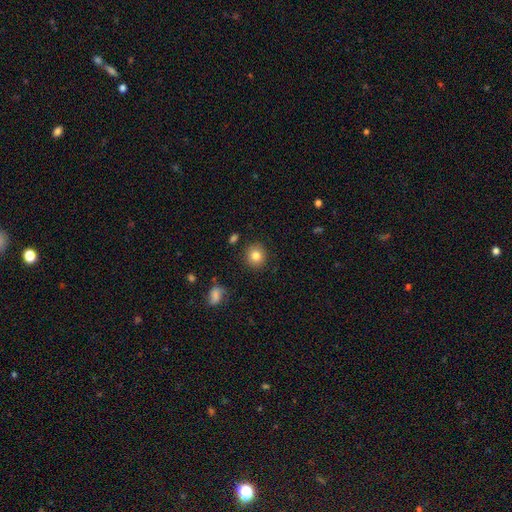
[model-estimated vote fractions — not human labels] smooth 82%, star or artifact 10%, featured or disk 8%. Down the decision tree: how rounded — round (88%); merging — none (89%).